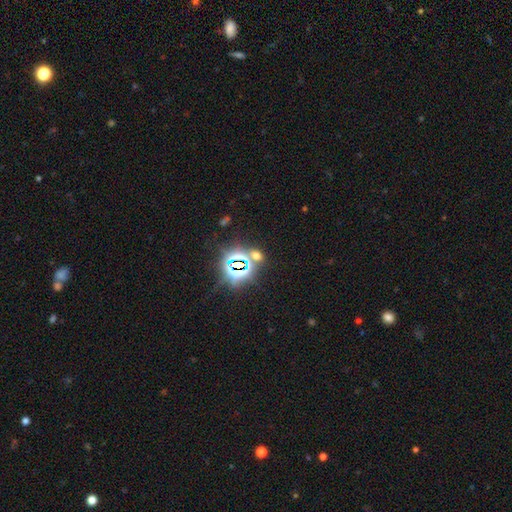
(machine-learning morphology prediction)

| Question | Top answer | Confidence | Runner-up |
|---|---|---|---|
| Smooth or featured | star or artifact | 64% | smooth (28%) |